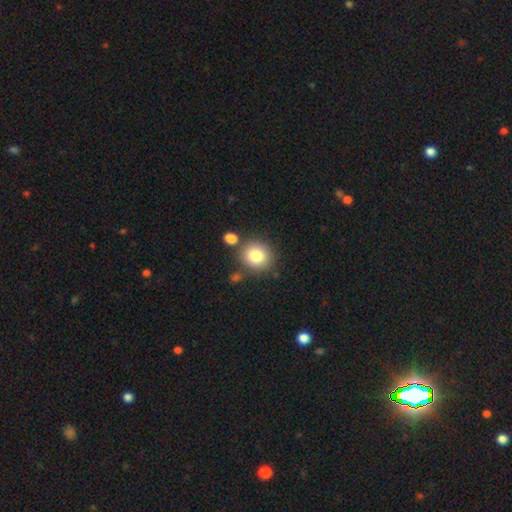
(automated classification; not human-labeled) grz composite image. It shows a smooth galaxy with no disk features (82%) that is round (86%). Merging: none (78%).